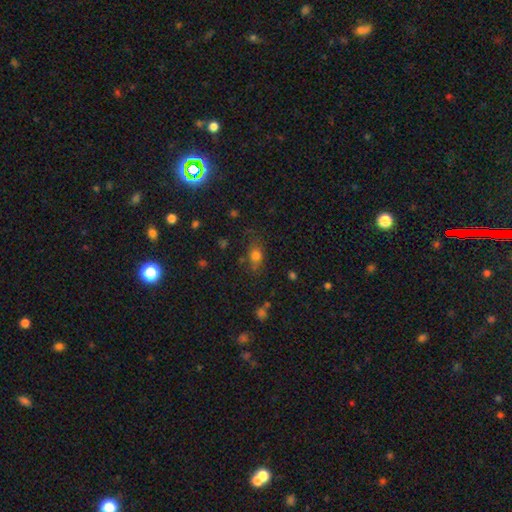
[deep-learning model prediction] Smooth or featured?
  - smooth: 73% *
  - star or artifact: 15%
  - featured or disk: 11%
How rounded?
  - in between: 61% *
  - round: 34%
  - cigar-shaped: 5%
Merging?
  - none: 68% *
  - minor disturbance: 21%
  - major disturbance: 7%
  - merger: 4%